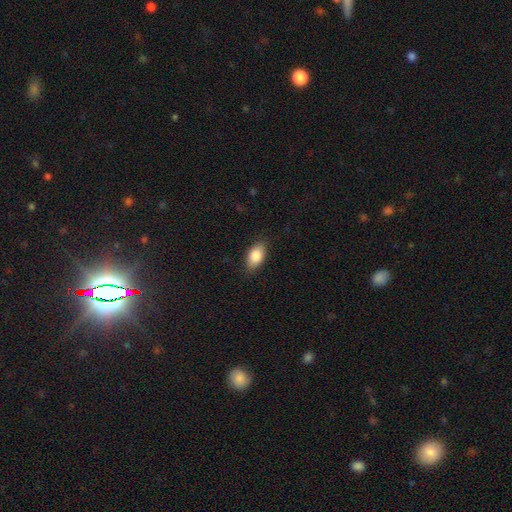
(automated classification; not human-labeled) A smooth galaxy with no disk features (85%) that is in between round and cigar-shaped (91%).

Vote fractions:
- Smooth or featured? smooth: 85% / featured or disk: 8% / star or artifact: 7%
- How rounded? in between: 91% / round: 6% / cigar-shaped: 3%
- Merging? none: 83% / minor disturbance: 13% / major disturbance: 3% / merger: 1%